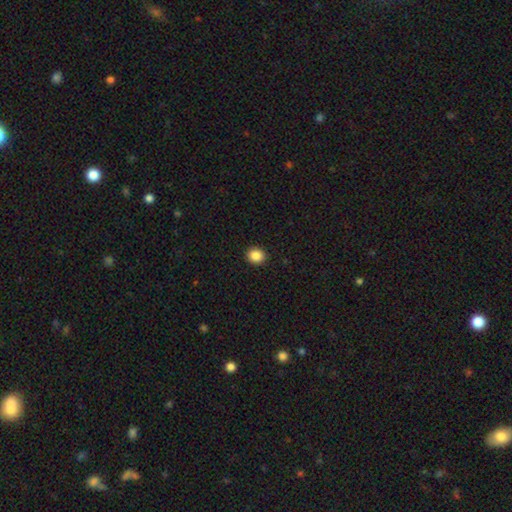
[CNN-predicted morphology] type=smooth (87%); roundness=round (78%); merging=none (92%).